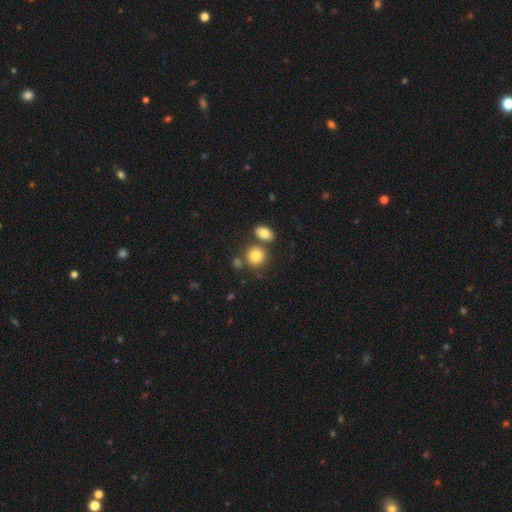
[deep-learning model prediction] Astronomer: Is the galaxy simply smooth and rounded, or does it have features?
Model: smooth — 81%.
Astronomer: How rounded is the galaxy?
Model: round — 79%.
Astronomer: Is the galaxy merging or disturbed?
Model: none — 66%.